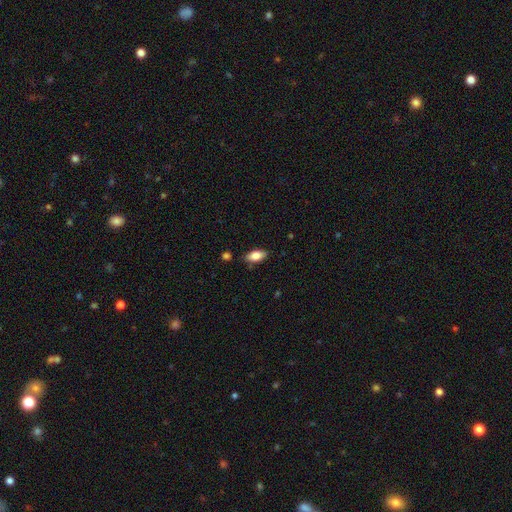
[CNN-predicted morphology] Smooth or featured: smooth — 81% (featured or disk — 12%)
How rounded: in between — 86% (cigar-shaped — 11%)
Merging: none — 82% (minor disturbance — 13%)